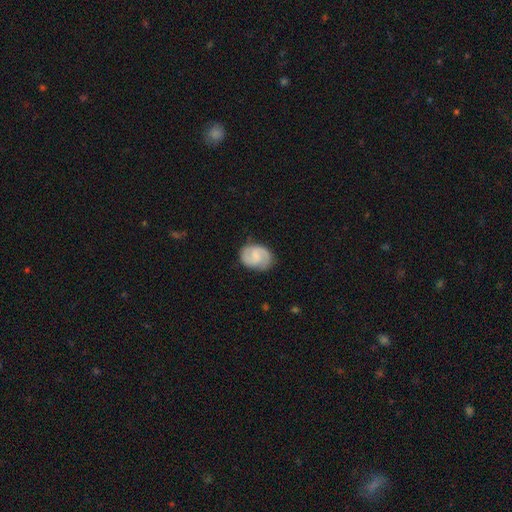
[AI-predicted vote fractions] A featured or disk galaxy (72%) with a weak bar (51%), 2 (90%) medium (51%) spiral arms (95%) and a small central bulge (42%).

Vote fractions:
- Smooth or featured? featured or disk: 72% / smooth: 23% / star or artifact: 6%
- Edge-on disk? no: 98% / yes: 2%
- Bar? weak: 51% / no: 38% / strong: 11%
- Spiral arms? yes: 95% / no: 5%
- Spiral winding? medium: 51% / tight: 32% / loose: 17%
- Spiral arm count? 2: 90% / can't tell: 5% / 1: 2% / 3: 1% / 4: 1% / more than 4: 1%
- Bulge size? small: 42% / none: 33% / moderate: 21% / large: 3% / dominant: 1%
- Merging? none: 80% / minor disturbance: 15% / major disturbance: 4% / merger: 1%